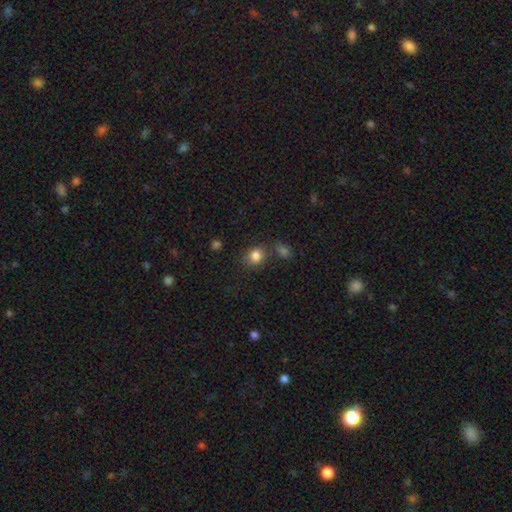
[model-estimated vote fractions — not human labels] Morphology: type=smooth (83%); roundness=round (60%); merging=none (71%).